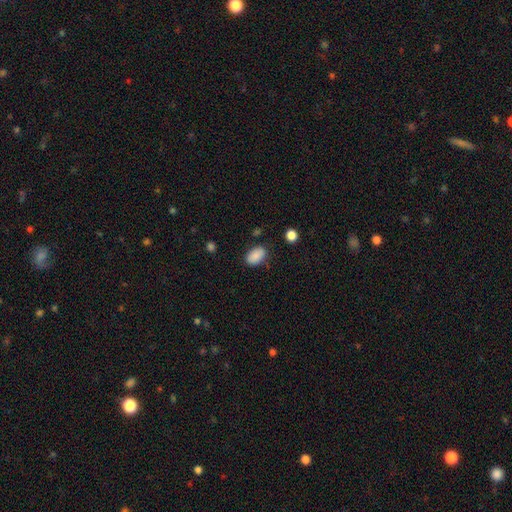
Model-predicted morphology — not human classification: A smooth galaxy with no disk features (88%) that is in between round and cigar-shaped (89%).

Vote fractions:
- Smooth or featured? smooth: 88% / star or artifact: 8% / featured or disk: 4%
- How rounded? in between: 89% / round: 9% / cigar-shaped: 1%
- Merging? none: 79% / minor disturbance: 15% / major disturbance: 4% / merger: 2%